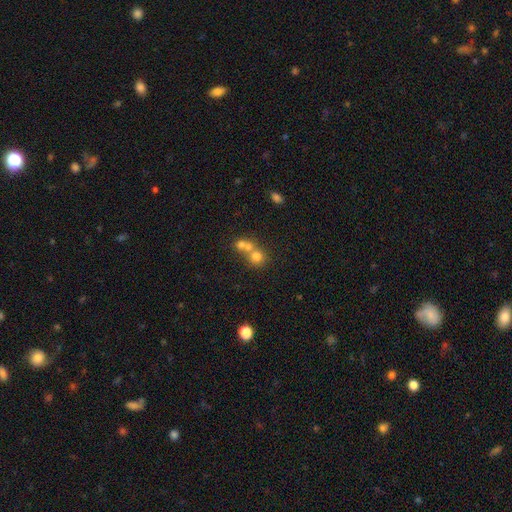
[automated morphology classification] This appears to be a smooth galaxy with no disk features (66%) that is round (85%). Merging: merger (52%).